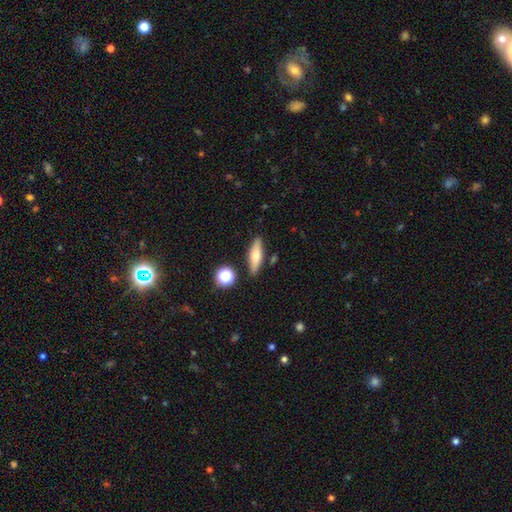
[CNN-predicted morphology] smooth_or_featured: smooth (p=0.63) [alt: featured or disk p=0.29]
how_rounded: cigar-shaped (p=0.53) [alt: in between p=0.43]
merging: none (p=0.83) [alt: minor disturbance p=0.10]